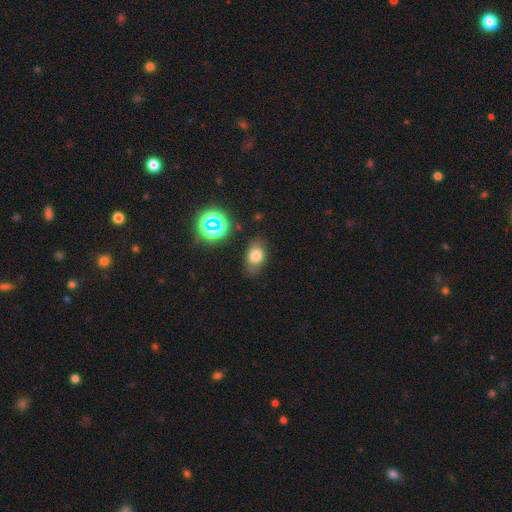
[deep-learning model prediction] Smooth or featured?
  - smooth: 71% *
  - star or artifact: 16%
  - featured or disk: 13%
How rounded?
  - in between: 80% *
  - round: 19%
  - cigar-shaped: 2%
Merging?
  - none: 77% *
  - minor disturbance: 17%
  - major disturbance: 4%
  - merger: 2%